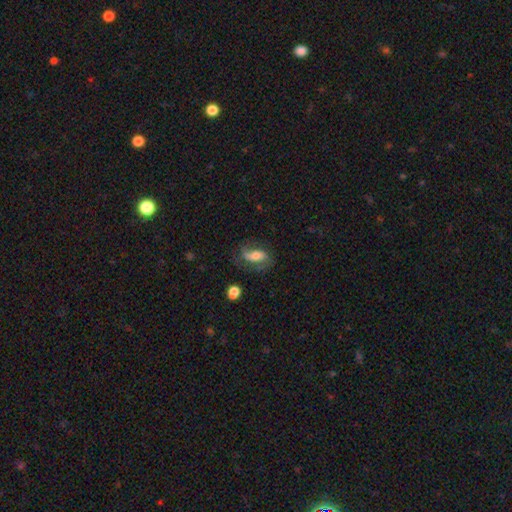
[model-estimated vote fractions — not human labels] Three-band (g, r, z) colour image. It shows a featured or disk galaxy (49%). Merging: none (58%).